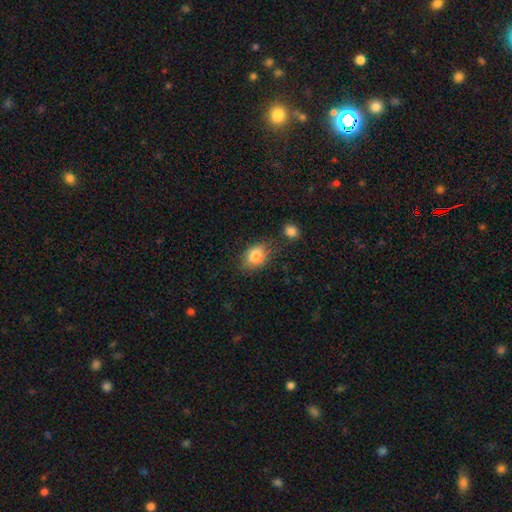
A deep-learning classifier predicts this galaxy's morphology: Q: Smooth or featured?
A: smooth (78%); runner-up: featured or disk (12%)
Q: How rounded?
A: in between (71%); runner-up: round (28%)
Q: Merging?
A: none (68%); runner-up: minor disturbance (21%)